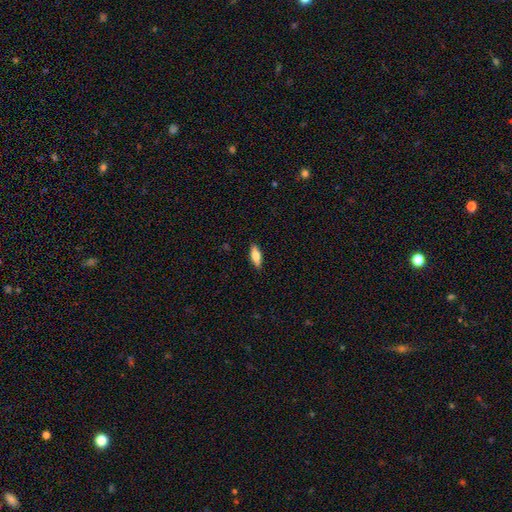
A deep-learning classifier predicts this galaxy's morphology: This appears to be a smooth galaxy with no disk features (70%) that is in between round and cigar-shaped (62%). Merging: none (88%).